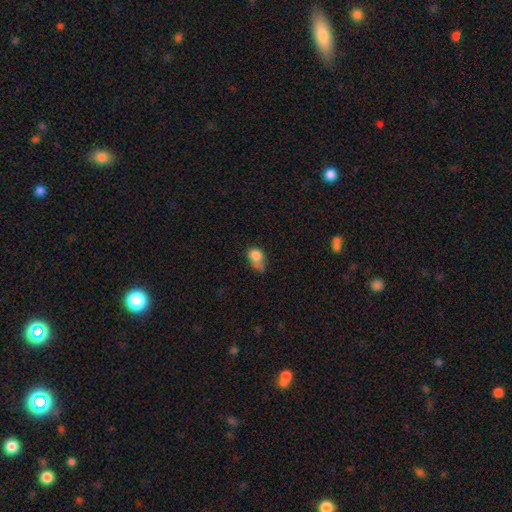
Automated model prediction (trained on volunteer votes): This appears to be a smooth galaxy with no disk features (78%) that is in between round and cigar-shaped (62%). Merging: minor disturbance (36%).